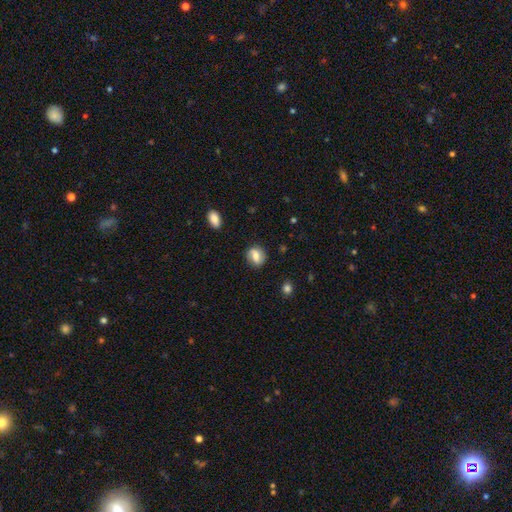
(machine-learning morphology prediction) This is possibly a smooth galaxy (58%). How rounded: possibly round (57%). Merging: likely none (80%).